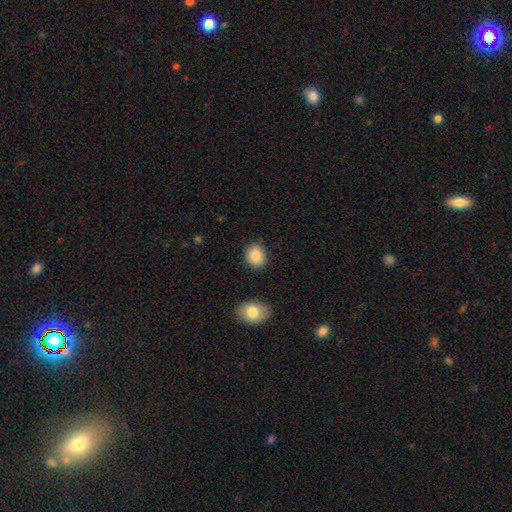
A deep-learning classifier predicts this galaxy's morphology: This is clearly a smooth galaxy (88%). How rounded: likely round (62%). Merging: clearly none (85%).